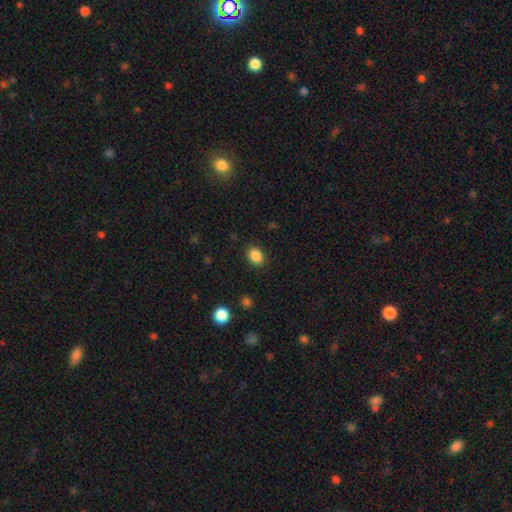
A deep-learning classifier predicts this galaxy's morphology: Smooth or featured: smooth — 87% (star or artifact — 9%)
How rounded: in between — 66% (round — 33%)
Merging: none — 87% (minor disturbance — 9%)